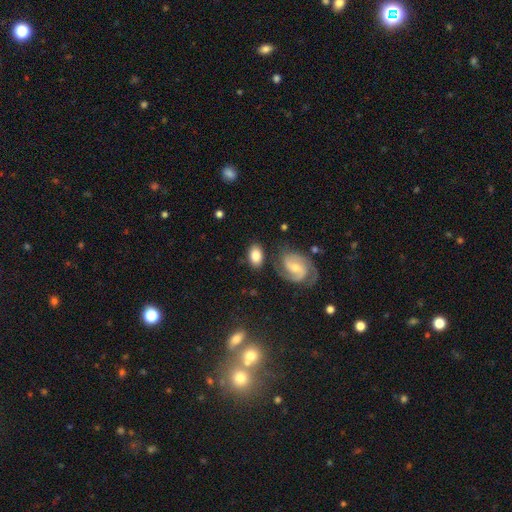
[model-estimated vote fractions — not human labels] Smooth or featured?
  - smooth: 72% *
  - featured or disk: 21%
  - star or artifact: 7%
How rounded?
  - in between: 85% *
  - round: 13%
  - cigar-shaped: 2%
Merging?
  - none: 73% *
  - minor disturbance: 15%
  - merger: 6%
  - major disturbance: 5%